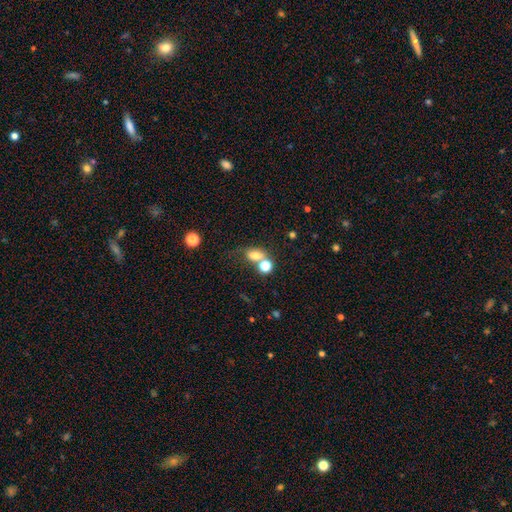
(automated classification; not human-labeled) This appears to be a smooth galaxy with no disk features (71%) that is in between round and cigar-shaped (70%). Merging: merger (39%).